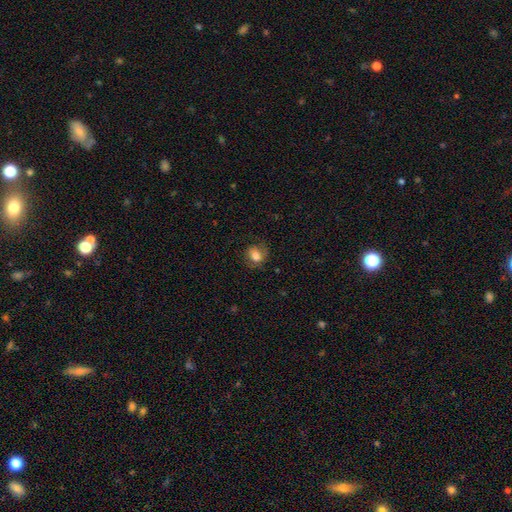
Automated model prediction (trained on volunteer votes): This is likely a smooth galaxy (76%). How rounded: possibly round (55%). Merging: likely none (70%).